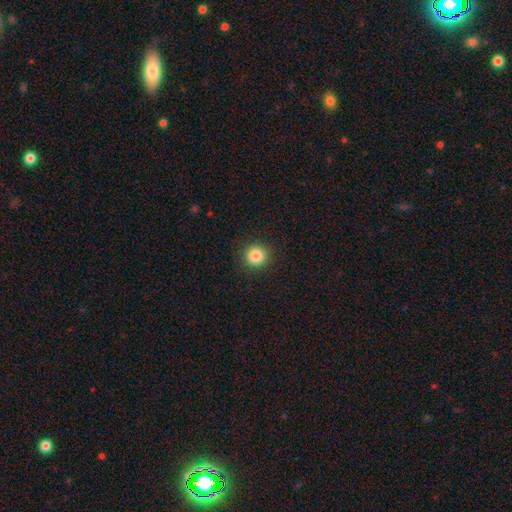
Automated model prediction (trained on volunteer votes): Overall: smooth (85%). How rounded: round (92%). Merging: none (91%).